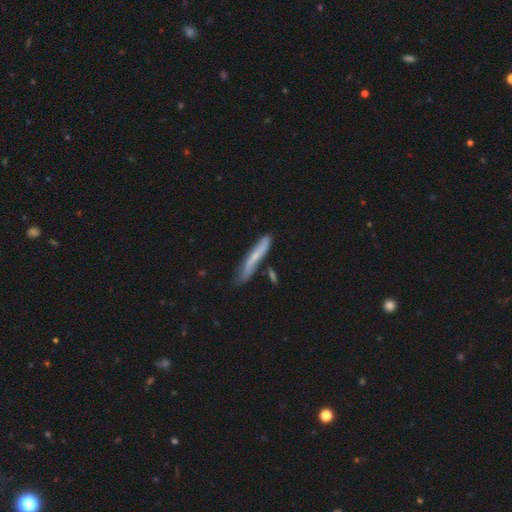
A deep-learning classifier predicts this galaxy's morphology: smooth_or_featured: featured or disk (p=0.54) [alt: smooth p=0.40]
disk_edge_on: yes (p=0.64) [alt: no p=0.36]
merging: none (p=0.62) [alt: minor disturbance p=0.23]